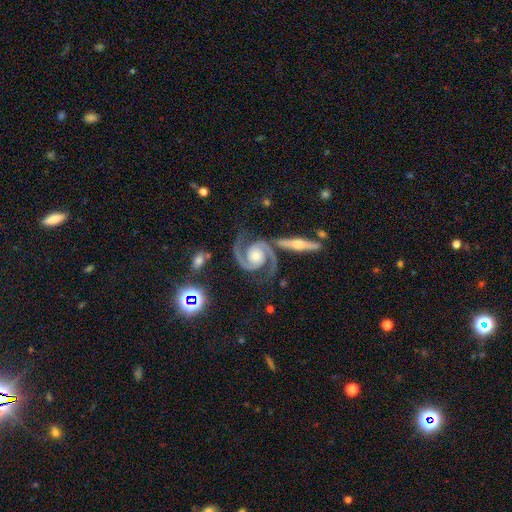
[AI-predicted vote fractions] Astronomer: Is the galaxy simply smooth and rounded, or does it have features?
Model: featured or disk — 93%.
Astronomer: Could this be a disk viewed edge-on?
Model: no — 97%.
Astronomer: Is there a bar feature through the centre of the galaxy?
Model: no — 69%.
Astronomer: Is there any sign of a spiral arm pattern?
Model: yes — 99%.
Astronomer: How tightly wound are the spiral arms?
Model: medium — 51% (runner-up: tight, 41%).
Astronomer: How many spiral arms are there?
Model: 2 — 94%.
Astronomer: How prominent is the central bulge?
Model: moderate — 53% (runner-up: small, 36%).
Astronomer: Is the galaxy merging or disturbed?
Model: none — 73%.